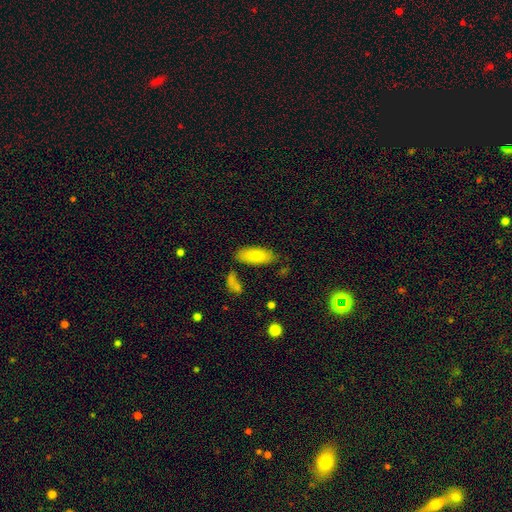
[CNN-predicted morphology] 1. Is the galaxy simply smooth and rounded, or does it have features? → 78% smooth, 16% featured or disk, 6% star or artifact.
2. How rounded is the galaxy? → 79% in between, 19% cigar-shaped, 2% round.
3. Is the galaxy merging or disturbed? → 76% none, 14% minor disturbance, 6% merger, 4% major disturbance.